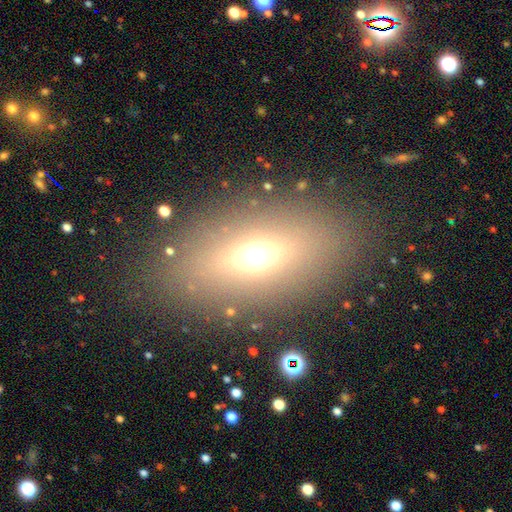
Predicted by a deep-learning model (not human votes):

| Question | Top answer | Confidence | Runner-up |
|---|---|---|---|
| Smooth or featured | smooth | 55% | featured or disk (24%) |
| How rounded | in between | 81% | round (12%) |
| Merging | none | 82% | minor disturbance (9%) |